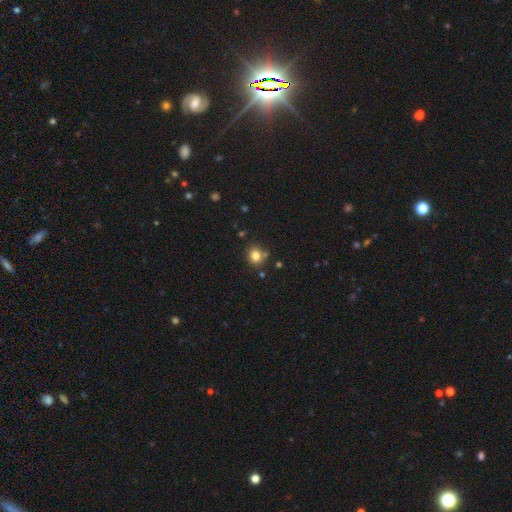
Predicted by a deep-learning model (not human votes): The model was most divided on "merging": none: 76%, minor disturbance: 12%, merger: 9%, major disturbance: 3%. More confident: how rounded — round (83%); smooth or featured — smooth (81%).